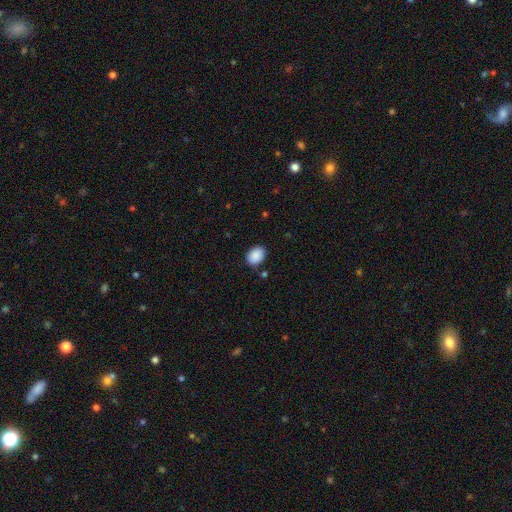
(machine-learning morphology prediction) The model was most divided on "how rounded": in between: 68%, round: 31%, cigar-shaped: 1%. More confident: smooth or featured — smooth (90%); merging — none (82%).